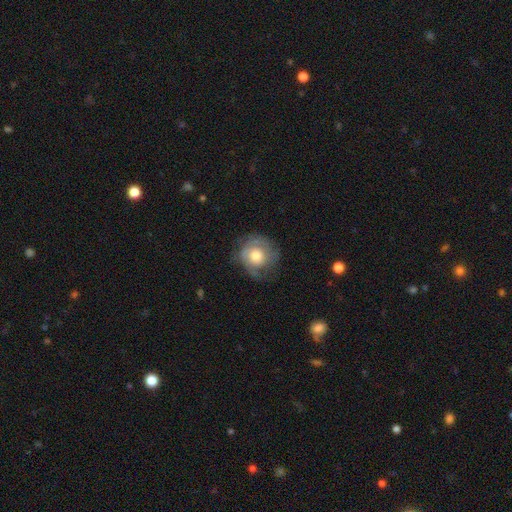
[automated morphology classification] This appears to be a featured or disk galaxy (54%) with no bar (83%), spiral arms (77%) and a moderate central bulge (59%). Merging: none (65%).